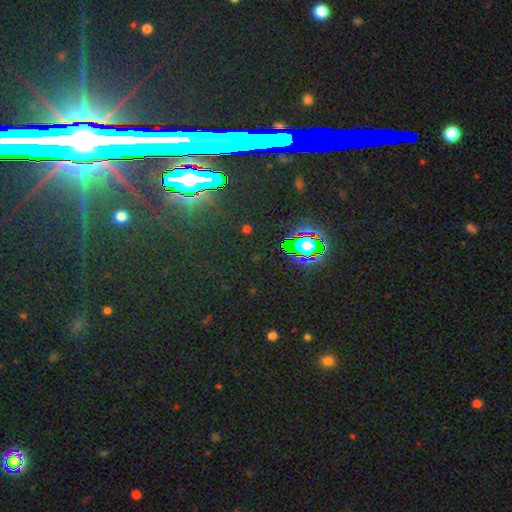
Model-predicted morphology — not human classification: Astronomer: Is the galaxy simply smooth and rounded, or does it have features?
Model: star or artifact — 82%.